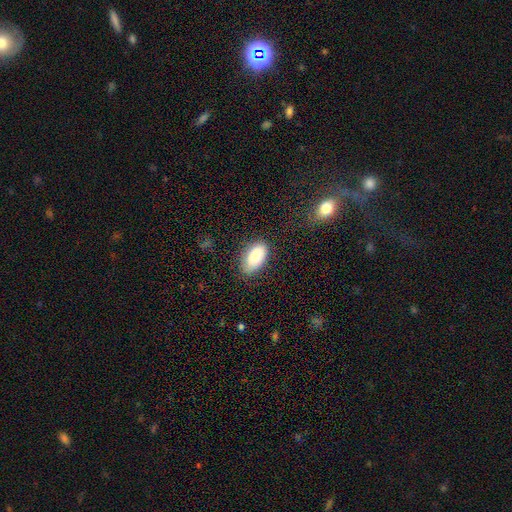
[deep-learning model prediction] A smooth galaxy with no disk features (84%) that is in between round and cigar-shaped (94%). Merging: none (72%).